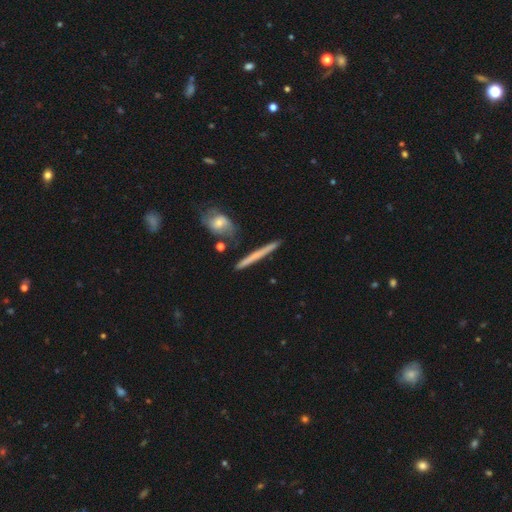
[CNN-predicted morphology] A smooth galaxy with no disk features (47%, tied with featured or disk).

Vote fractions:
- Smooth or featured? smooth: 47% (tied) / featured or disk: 47% (tied) / star or artifact: 7%
- Merging? none: 84% / minor disturbance: 9% / merger: 5% / major disturbance: 2%